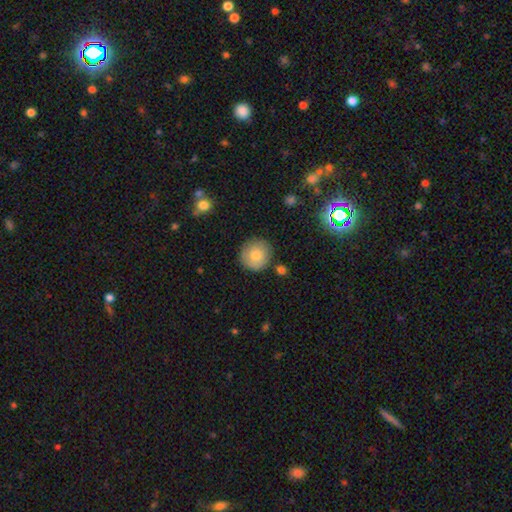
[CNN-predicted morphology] type=smooth (78%); roundness=round (93%); merging=none (83%).